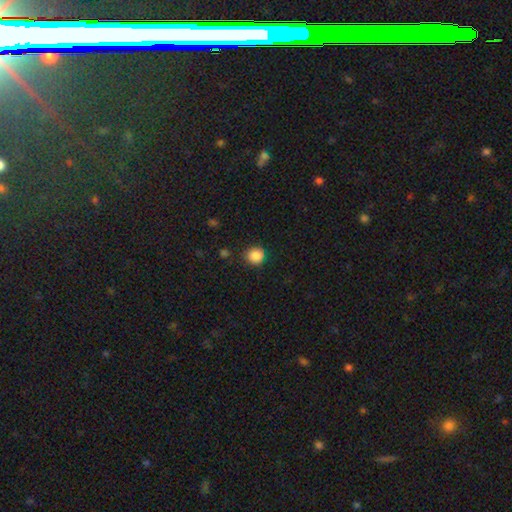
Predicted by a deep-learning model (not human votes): smooth-or-featured: smooth: 86% | star or artifact: 10% | featured or disk: 4%
  how-rounded: round: 90% | in between: 9% | cigar-shaped: 1%
  merging: none: 82% | minor disturbance: 13% | major disturbance: 3% | merger: 2%